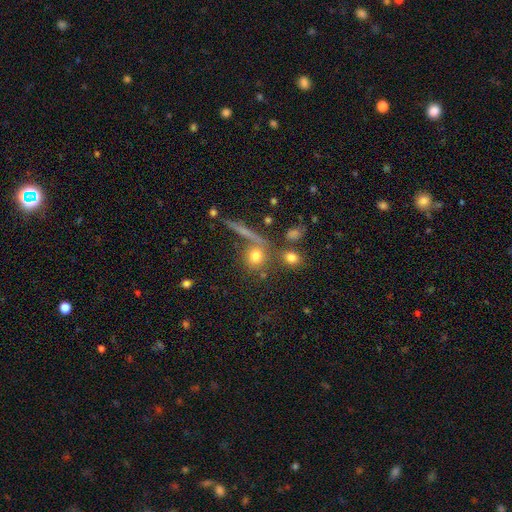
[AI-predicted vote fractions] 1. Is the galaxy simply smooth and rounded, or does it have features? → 71% smooth, 15% star or artifact, 14% featured or disk.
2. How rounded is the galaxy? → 82% round, 14% in between, 5% cigar-shaped.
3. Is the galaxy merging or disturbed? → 63% none, 20% merger, 11% minor disturbance, 6% major disturbance.